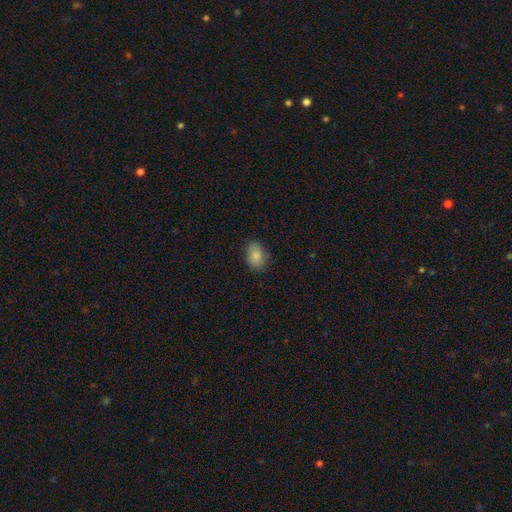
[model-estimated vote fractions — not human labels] Smooth or featured? Predicted: smooth (p=0.85). How rounded? Predicted: in between (p=0.77). Merging? Predicted: none (p=0.76).